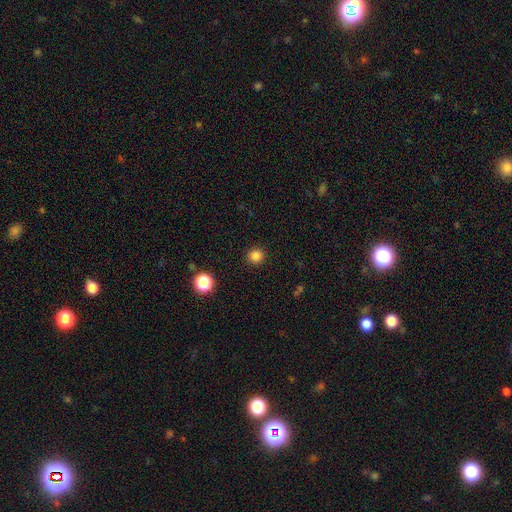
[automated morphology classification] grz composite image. It shows a smooth galaxy with no disk features (83%) that is round (94%). Merging: none (92%).